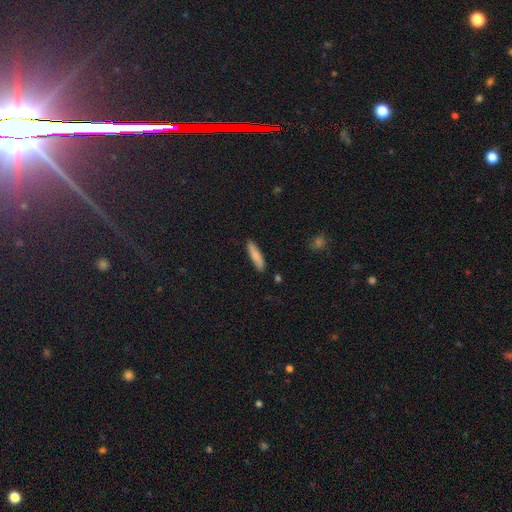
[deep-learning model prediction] A smooth galaxy with no disk features (83%) that is cigar-shaped (83%). Merging: none (87%).